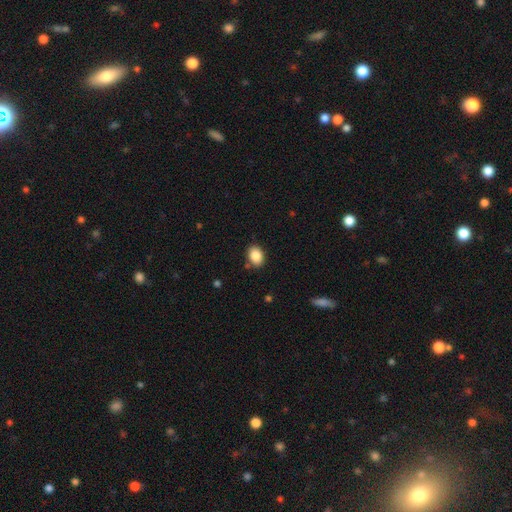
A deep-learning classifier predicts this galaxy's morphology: Smooth or featured: smooth — 86% (star or artifact — 8%)
How rounded: in between — 72% (round — 27%)
Merging: none — 83% (minor disturbance — 11%)